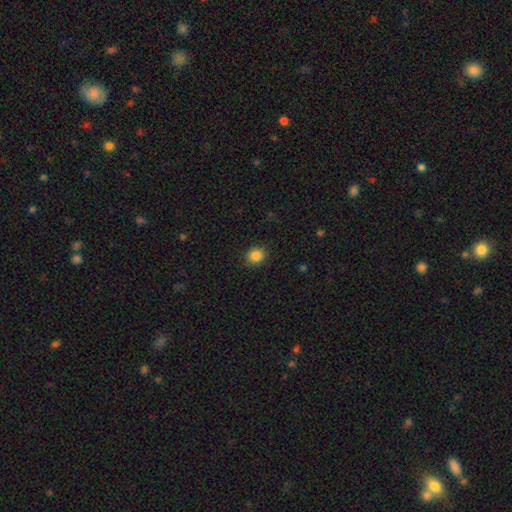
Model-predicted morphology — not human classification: A smooth galaxy with no disk features (85%) that is round (80%). Merging: none (87%).